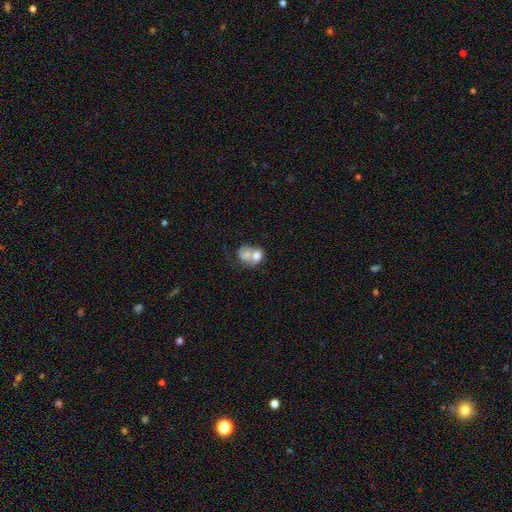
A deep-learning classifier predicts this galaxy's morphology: Q: Smooth or featured?
A: smooth (60%); runner-up: featured or disk (30%)
Q: How rounded?
A: in between (56%); runner-up: round (43%)
Q: Merging?
A: merger (56%); runner-up: none (18%)